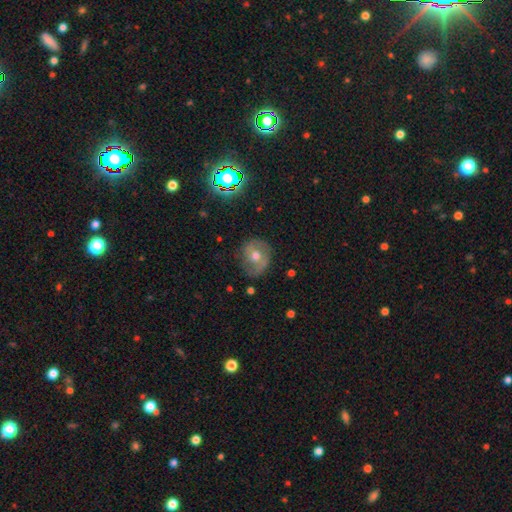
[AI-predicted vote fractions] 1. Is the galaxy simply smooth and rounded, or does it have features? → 46% featured or disk, 41% smooth, 12% star or artifact.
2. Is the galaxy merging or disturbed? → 65% none, 23% minor disturbance, 10% major disturbance, 2% merger.